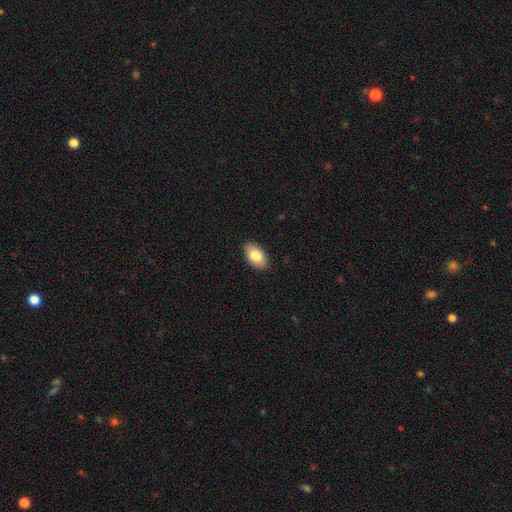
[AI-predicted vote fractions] Overall: smooth (82%). How rounded: in between (94%). Merging: none (90%).